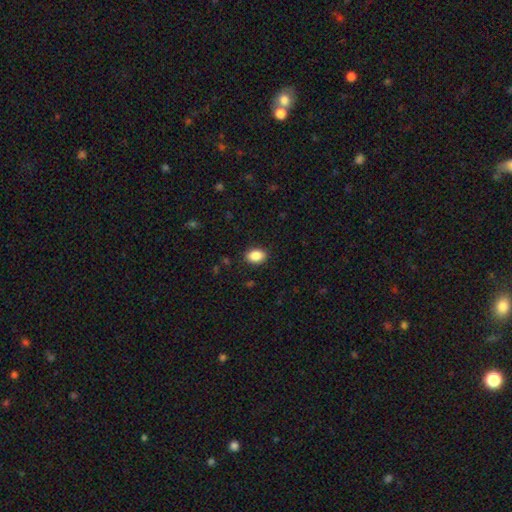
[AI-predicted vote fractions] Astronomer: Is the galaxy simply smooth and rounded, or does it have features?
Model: smooth — 88%.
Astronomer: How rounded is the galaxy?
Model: in between — 77%.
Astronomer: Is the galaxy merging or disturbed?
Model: none — 89%.